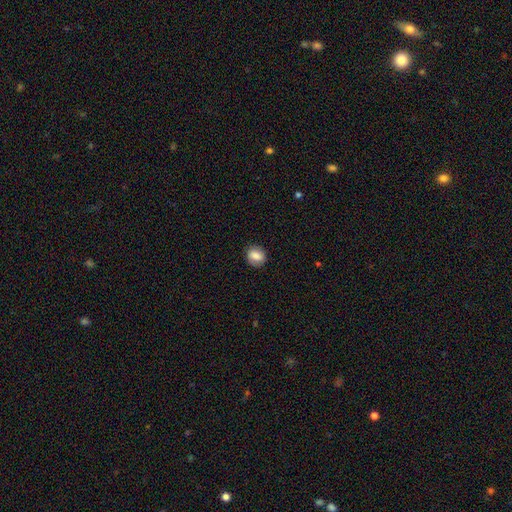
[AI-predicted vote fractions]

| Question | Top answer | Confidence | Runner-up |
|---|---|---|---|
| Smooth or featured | smooth | 78% | featured or disk (14%) |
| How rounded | round | 63% | in between (36%) |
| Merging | none | 85% | minor disturbance (11%) |